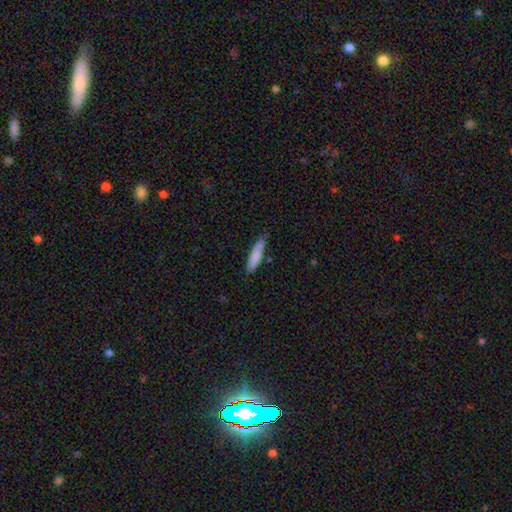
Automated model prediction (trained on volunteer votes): The model was most divided on "merging": none: 71%, minor disturbance: 22%, merger: 4%, major disturbance: 4%. More confident: smooth or featured — smooth (82%); how rounded — cigar-shaped (80%).